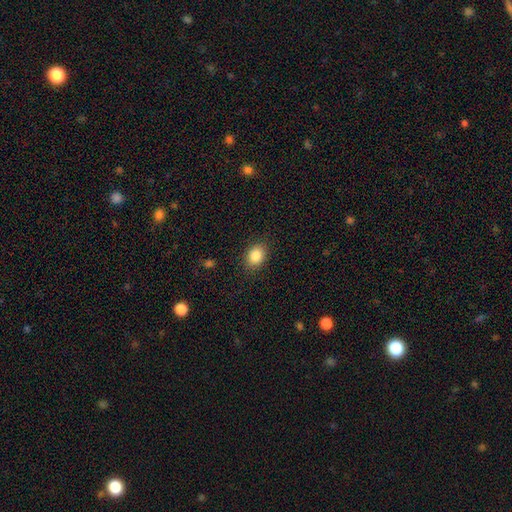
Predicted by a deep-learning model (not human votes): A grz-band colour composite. It shows a smooth galaxy with no disk features (85%) that is in between round and cigar-shaped (65%). Merging: none (86%).